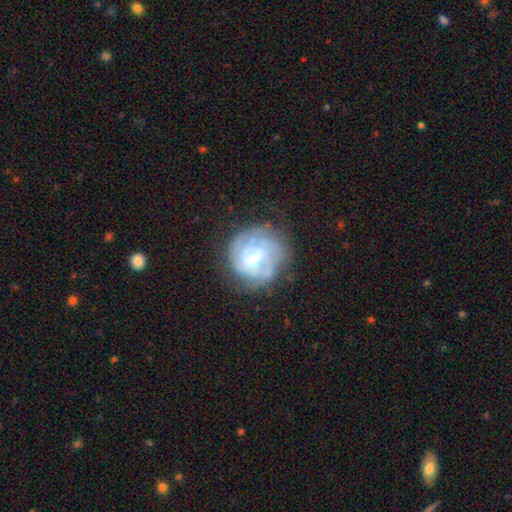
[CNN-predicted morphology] smooth_or_featured: featured or disk (p=0.76) [alt: smooth p=0.16]
disk_edge_on: no (p=0.98) [alt: yes p=0.02]
bar: weak (p=0.55) [alt: no p=0.30]
has_spiral_arms: yes (p=0.89) [alt: no p=0.11]
spiral_winding: tight (p=0.67) [alt: medium p=0.26]
spiral_arm_count: can't tell (p=0.43) [alt: 2 p=0.21]
bulge_size: small (p=0.57) [alt: moderate p=0.36]
merging: none (p=0.71) [alt: minor disturbance p=0.18]